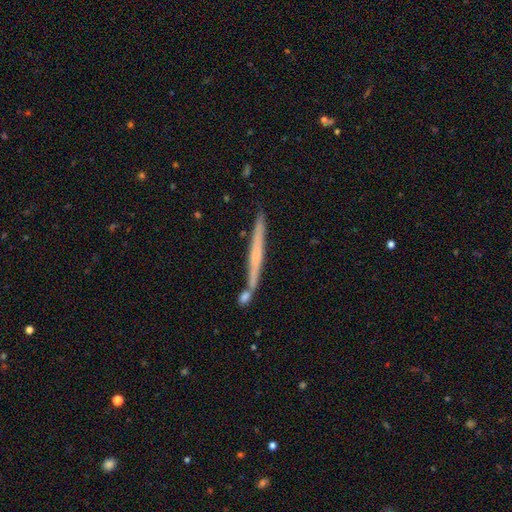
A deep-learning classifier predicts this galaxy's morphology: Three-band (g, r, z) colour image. It shows a featured or disk galaxy (56%) viewed edge-on (97%) with no central bulge (72%). Merging: none (80%).